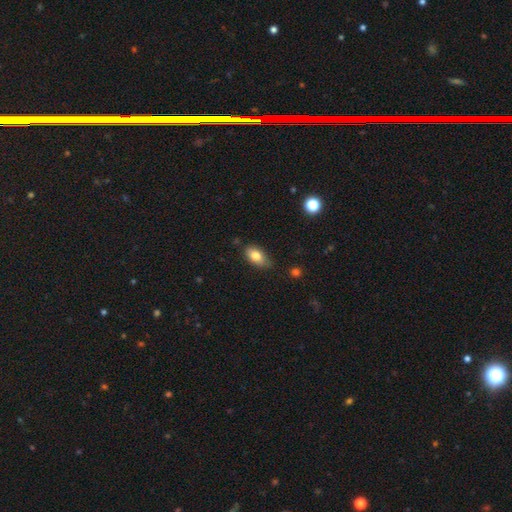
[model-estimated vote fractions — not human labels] This appears to be a smooth galaxy with no disk features (78%) that is in between round and cigar-shaped (89%). Merging: none (69%).